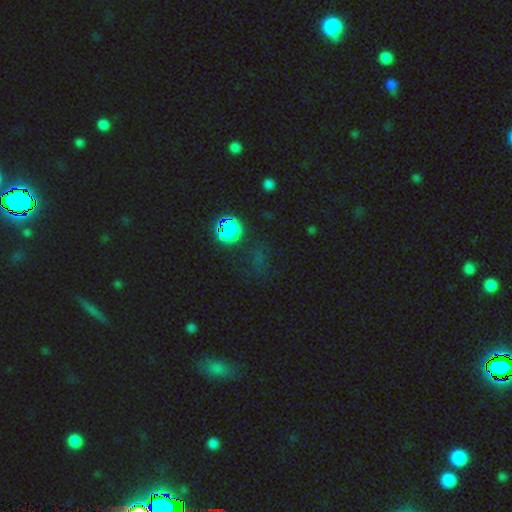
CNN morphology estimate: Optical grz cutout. It shows a star or artifact, not a galaxy (57%).